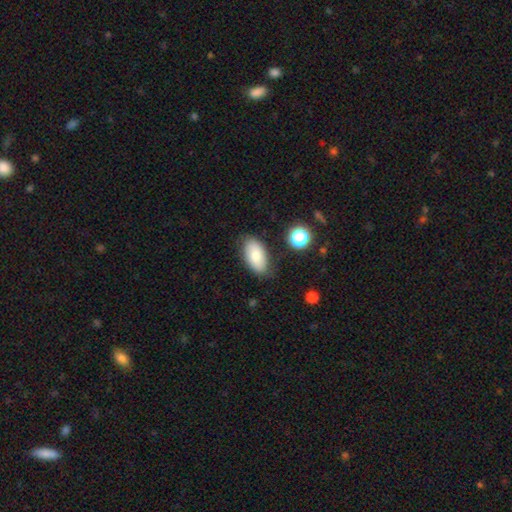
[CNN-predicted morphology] Overall: smooth (78%). How rounded: in between (93%). Merging: none (79%).